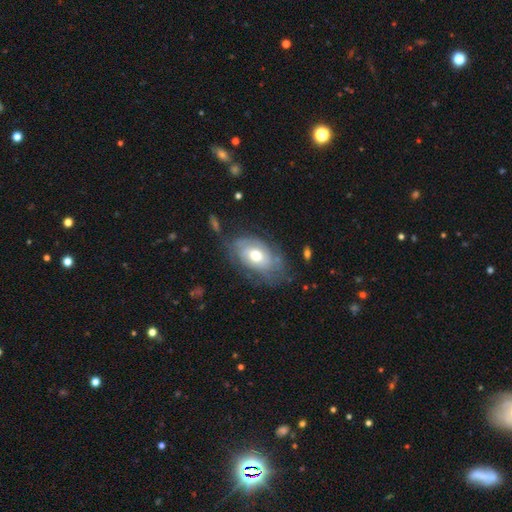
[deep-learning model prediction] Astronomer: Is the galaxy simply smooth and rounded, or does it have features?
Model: featured or disk — 58% (runner-up: smooth, 35%).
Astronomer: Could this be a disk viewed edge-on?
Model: no — 93%.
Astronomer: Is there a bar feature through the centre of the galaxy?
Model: no — 76%.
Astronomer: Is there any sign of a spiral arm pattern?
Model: yes — 68%.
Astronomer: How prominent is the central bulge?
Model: moderate — 71%.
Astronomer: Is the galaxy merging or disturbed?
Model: none — 60%.